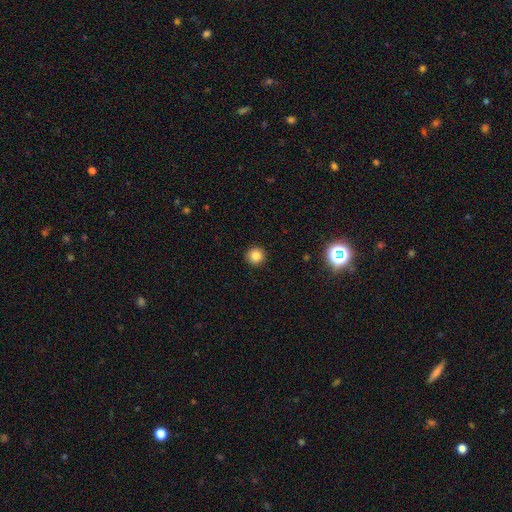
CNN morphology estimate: smooth_or_featured: smooth (p=0.85) [alt: star or artifact p=0.11]
how_rounded: round (p=0.95) [alt: in between p=0.04]
merging: none (p=0.92) [alt: minor disturbance p=0.05]